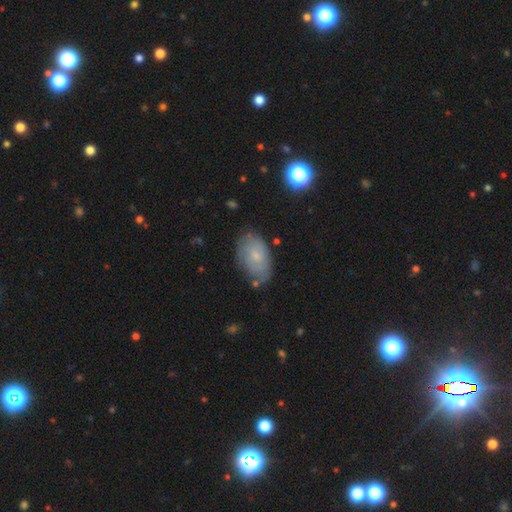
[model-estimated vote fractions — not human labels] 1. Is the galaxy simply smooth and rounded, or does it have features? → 62% smooth, 29% featured or disk, 9% star or artifact.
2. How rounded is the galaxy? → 91% in between, 7% round, 2% cigar-shaped.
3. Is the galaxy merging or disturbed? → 70% none, 22% minor disturbance, 5% major disturbance, 3% merger.